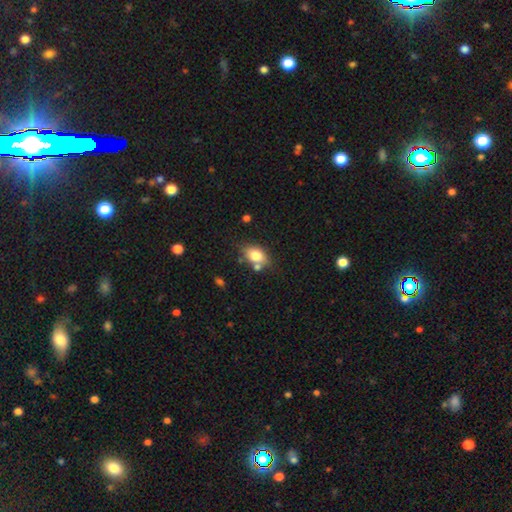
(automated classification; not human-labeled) This appears to be a smooth galaxy with no disk features (77%) that is in between round and cigar-shaped (78%). Merging: none (64%).